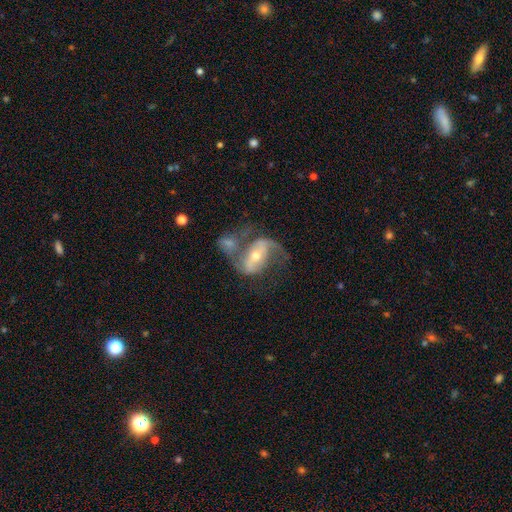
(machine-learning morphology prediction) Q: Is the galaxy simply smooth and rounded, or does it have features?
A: featured or disk — 82%.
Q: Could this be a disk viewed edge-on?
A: no — 96%.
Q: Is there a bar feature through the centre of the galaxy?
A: strong — 39%.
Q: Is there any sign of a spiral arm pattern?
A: yes — 89%.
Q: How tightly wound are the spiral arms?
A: medium — 44%.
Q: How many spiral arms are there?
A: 2 — 80%.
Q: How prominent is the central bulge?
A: moderate — 53%.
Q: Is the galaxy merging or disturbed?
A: none — 36%.